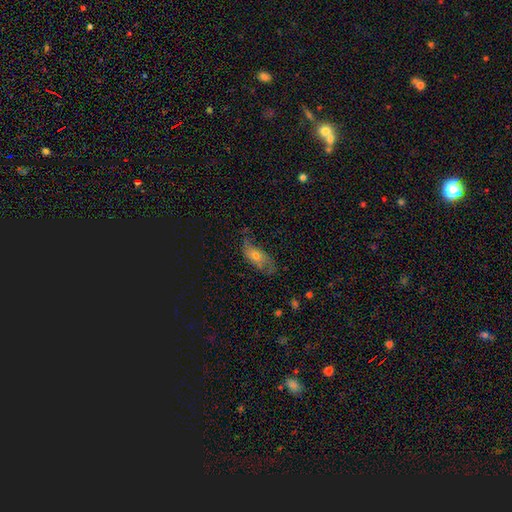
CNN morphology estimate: Smooth or featured: featured or disk — 47% (smooth — 39%)
Merging: none — 58% (minor disturbance — 27%)